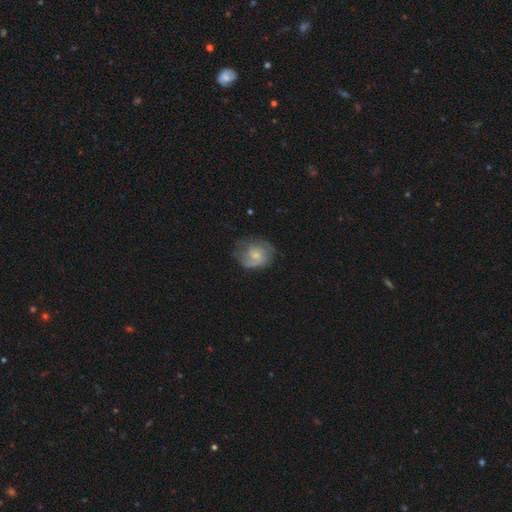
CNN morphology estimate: The model was most divided on "bulge size": small: 52%, moderate: 34%, none: 9%, large: 3%, dominant: 1%. More confident: edge-on disk — no (98%); spiral arms — yes (84%); bar — no (62%); smooth or featured — featured or disk (60%); merging — none (54%).